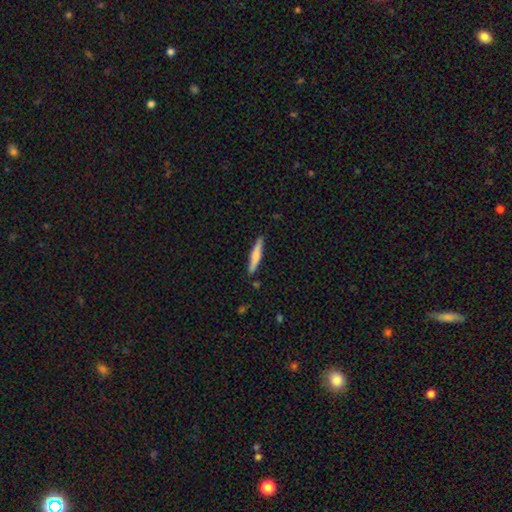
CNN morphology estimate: Smooth or featured?
  - smooth: 70% *
  - featured or disk: 25%
  - star or artifact: 5%
How rounded?
  - cigar-shaped: 92% *
  - in between: 6%
  - round: 1%
Merging?
  - none: 87% *
  - minor disturbance: 9%
  - merger: 2%
  - major disturbance: 2%